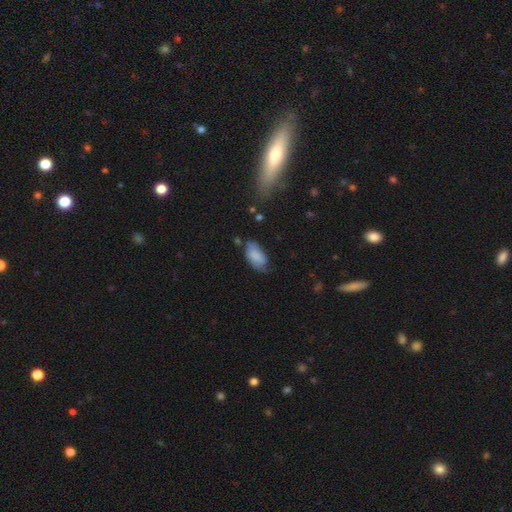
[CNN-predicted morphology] Smooth or featured? Predicted: smooth (p=0.75). How rounded? Predicted: in between (p=0.92). Merging? Predicted: none (p=0.49).